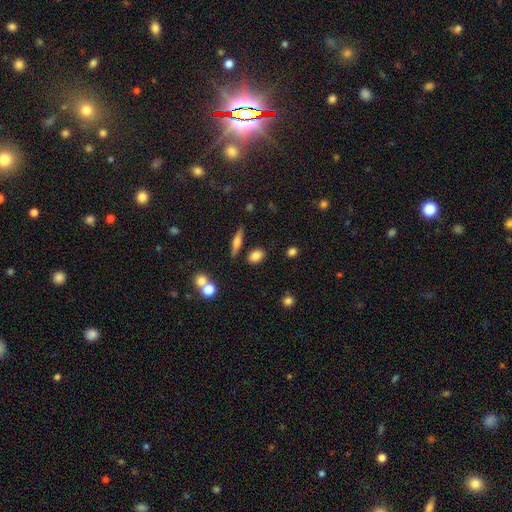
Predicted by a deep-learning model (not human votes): Smooth or featured?
  - smooth: 79% *
  - featured or disk: 12%
  - star or artifact: 10%
How rounded?
  - in between: 73% *
  - round: 21%
  - cigar-shaped: 6%
Merging?
  - none: 80% *
  - minor disturbance: 11%
  - merger: 6%
  - major disturbance: 3%